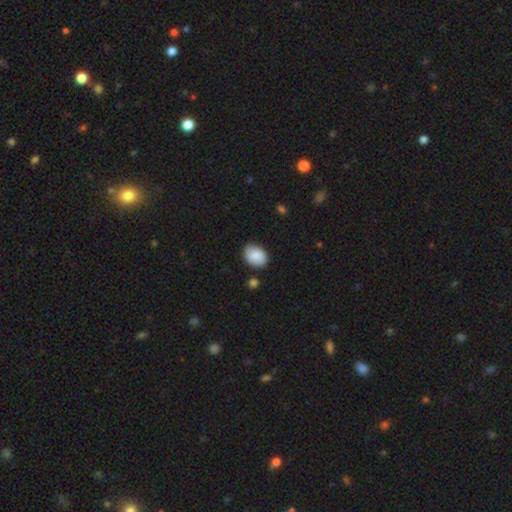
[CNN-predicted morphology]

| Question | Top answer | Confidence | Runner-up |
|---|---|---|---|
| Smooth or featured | smooth | 85% | featured or disk (8%) |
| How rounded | in between | 64% | round (35%) |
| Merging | none | 81% | minor disturbance (14%) |